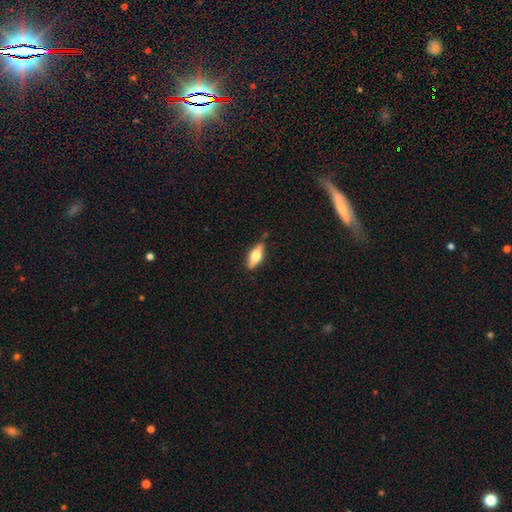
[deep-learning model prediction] Smooth or featured? smooth (56%)
How rounded? in between (69%)
Merging? none (78%)